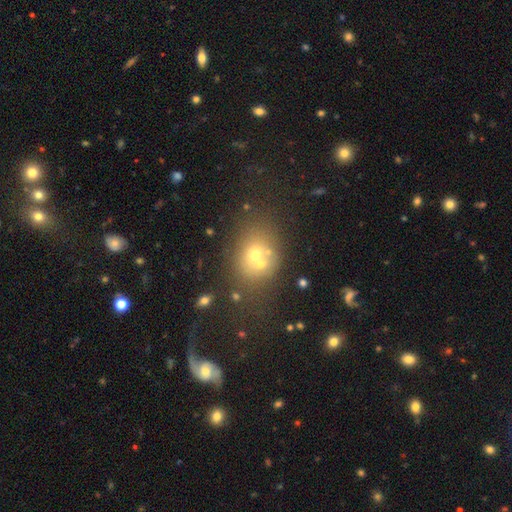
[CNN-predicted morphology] This appears to be a smooth galaxy with no disk features (56%) that is round (53%). Merging: none (45%).